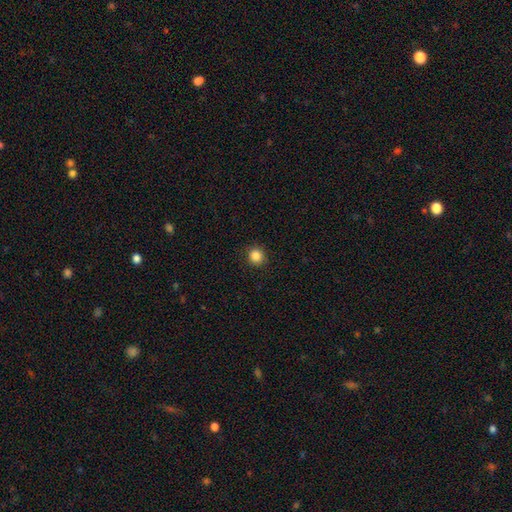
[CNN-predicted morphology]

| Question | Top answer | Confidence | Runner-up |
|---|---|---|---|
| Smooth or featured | smooth | 85% | star or artifact (11%) |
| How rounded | round | 91% | in between (8%) |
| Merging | none | 91% | minor disturbance (6%) |